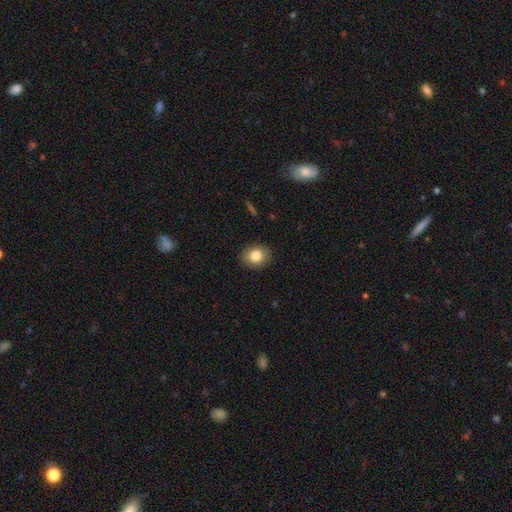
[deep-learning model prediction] Smooth or featured? Predicted: smooth (p=0.84). How rounded? Predicted: round (p=0.58). Merging? Predicted: none (p=0.88).